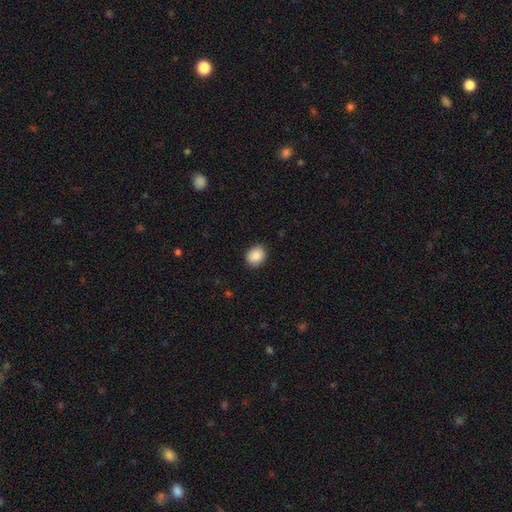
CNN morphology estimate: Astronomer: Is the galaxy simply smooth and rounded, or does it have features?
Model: smooth — 88%.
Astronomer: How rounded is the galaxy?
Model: round — 63%.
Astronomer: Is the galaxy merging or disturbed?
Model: none — 89%.